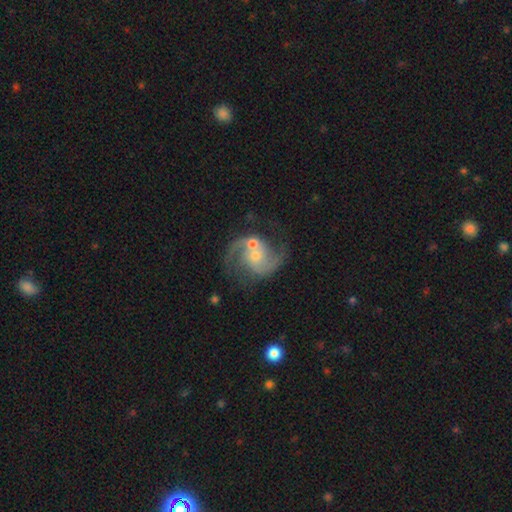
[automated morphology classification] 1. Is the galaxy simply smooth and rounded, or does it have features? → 89% featured or disk, 5% star or artifact, 5% smooth.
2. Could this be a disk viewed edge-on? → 98% no, 2% yes.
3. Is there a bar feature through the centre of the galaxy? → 65% no, 29% weak, 7% strong.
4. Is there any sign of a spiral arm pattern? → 97% yes, 3% no.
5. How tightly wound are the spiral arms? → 60% medium, 27% loose, 14% tight.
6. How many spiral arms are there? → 93% 2, 2% can't tell, 2% 3, 2% 1, 1% 4, 1% more than 4.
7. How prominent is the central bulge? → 52% small, 40% moderate, 4% none, 3% large, 1% dominant.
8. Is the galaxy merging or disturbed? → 59% none, 21% merger, 13% minor disturbance, 7% major disturbance.